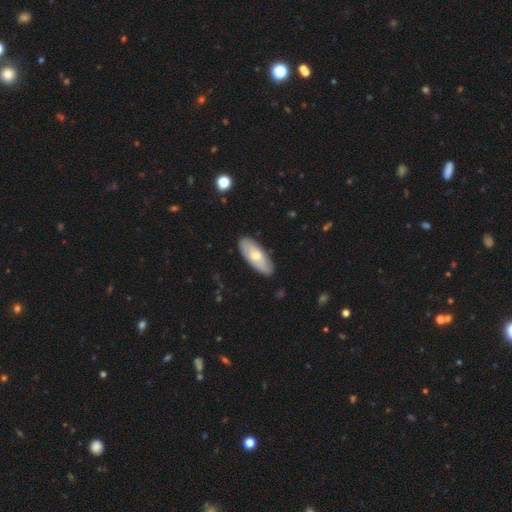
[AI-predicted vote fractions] Smooth or featured: smooth — 61% (featured or disk — 34%)
How rounded: in between — 80% (cigar-shaped — 18%)
Merging: none — 87% (minor disturbance — 10%)